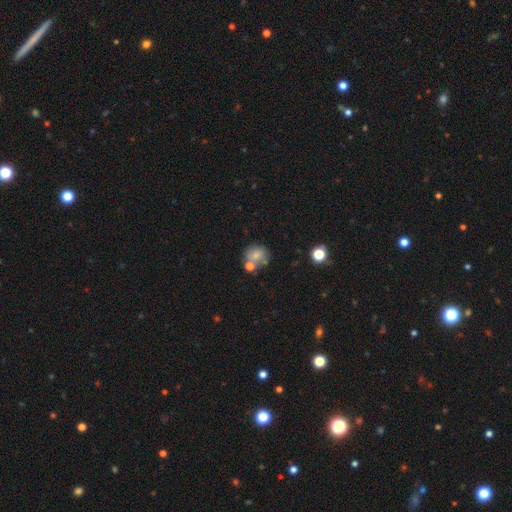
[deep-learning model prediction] A smooth galaxy with no disk features (74%) that is round (76%). Merging: none (56%).